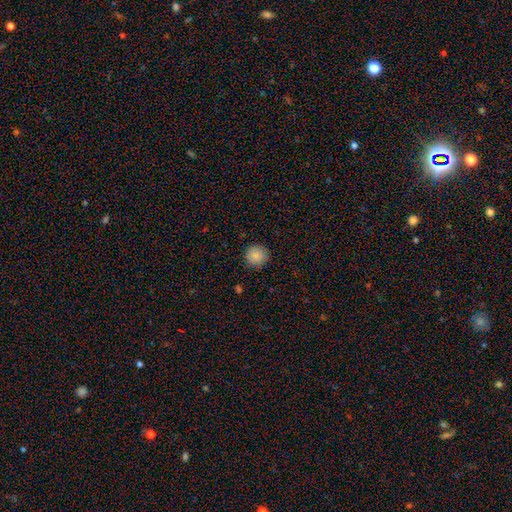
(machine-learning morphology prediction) smooth_or_featured: smooth (p=0.88) [alt: star or artifact p=0.09]
how_rounded: round (p=0.95) [alt: in between p=0.04]
merging: none (p=0.90) [alt: minor disturbance p=0.07]